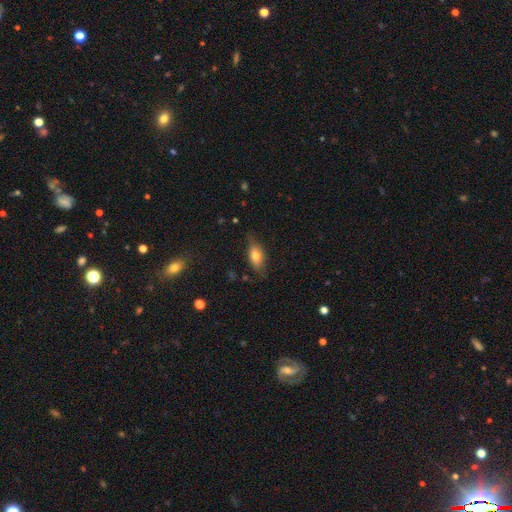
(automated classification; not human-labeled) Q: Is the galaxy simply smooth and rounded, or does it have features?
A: smooth — 70%.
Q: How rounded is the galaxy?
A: in between — 79%.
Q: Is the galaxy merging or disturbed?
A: none — 74%.